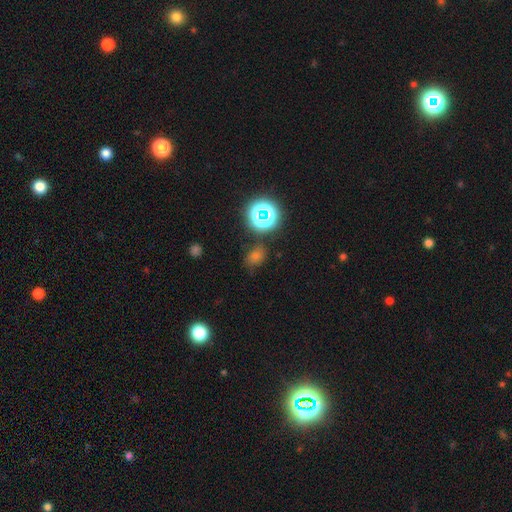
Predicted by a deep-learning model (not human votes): smooth-or-featured: smooth: 48% | star or artifact: 41% | featured or disk: 11%
  merging: none: 77% | minor disturbance: 14% | major disturbance: 5% | merger: 4%